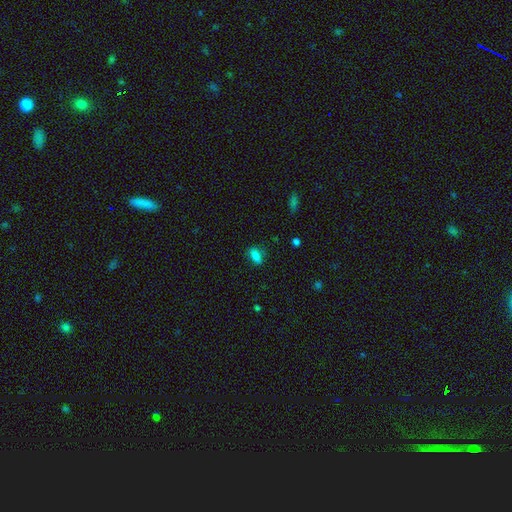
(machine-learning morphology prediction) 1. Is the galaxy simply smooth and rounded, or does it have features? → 80% smooth, 12% star or artifact, 9% featured or disk.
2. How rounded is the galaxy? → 80% in between, 12% cigar-shaped, 8% round.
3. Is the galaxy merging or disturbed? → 78% none, 16% minor disturbance, 4% major disturbance, 2% merger.